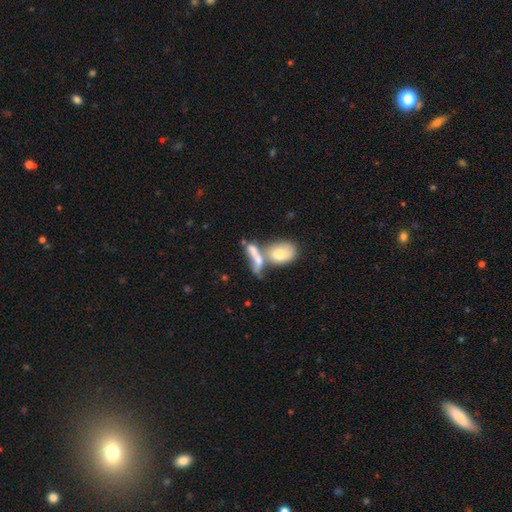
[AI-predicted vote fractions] This appears to be a smooth galaxy with no disk features (66%) that is in between round and cigar-shaped (63%). Merging: merger (60%).